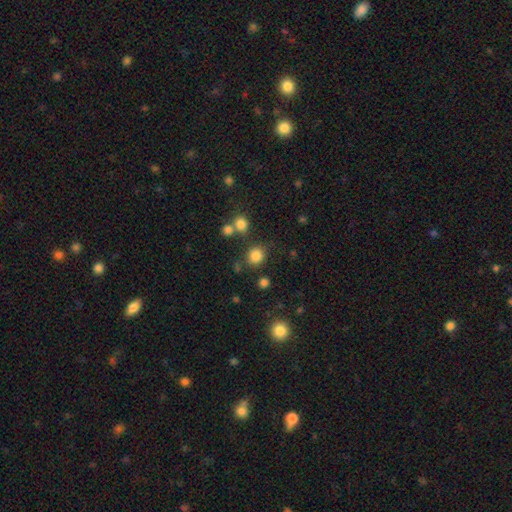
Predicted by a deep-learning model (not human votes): A smooth galaxy with no disk features (82%) that is round (82%).

Vote fractions:
- Smooth or featured? smooth: 82% / star or artifact: 13% / featured or disk: 5%
- How rounded? round: 82% / in between: 17% / cigar-shaped: 1%
- Merging? none: 77% / minor disturbance: 10% / merger: 8% / major disturbance: 4%